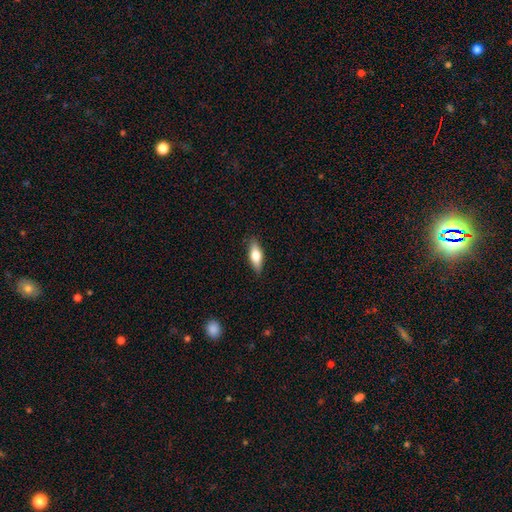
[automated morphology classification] Q: Smooth or featured?
A: smooth (66%); runner-up: featured or disk (28%)
Q: How rounded?
A: in between (65%); runner-up: cigar-shaped (33%)
Q: Merging?
A: none (87%); runner-up: minor disturbance (10%)